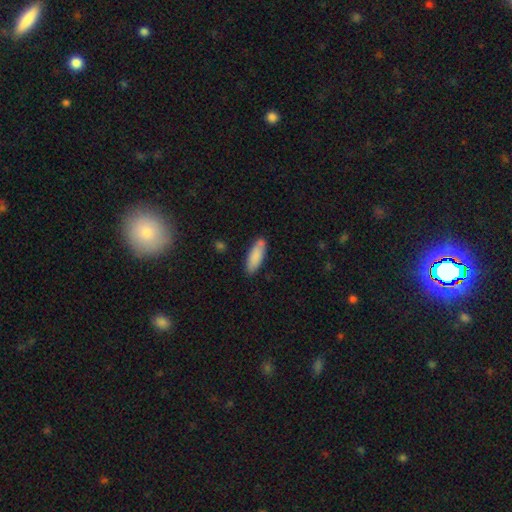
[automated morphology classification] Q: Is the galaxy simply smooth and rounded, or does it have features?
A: smooth — 86%.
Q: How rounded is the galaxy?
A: in between — 59%.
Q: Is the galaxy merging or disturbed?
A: none — 78%.